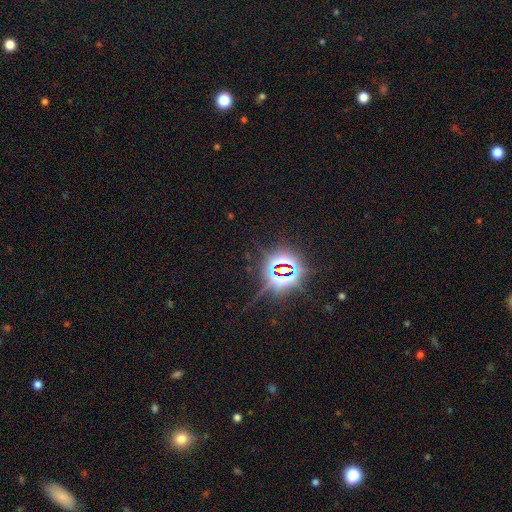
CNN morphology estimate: Smooth or featured?
  - star or artifact: 81% *
  - smooth: 13%
  - featured or disk: 6%